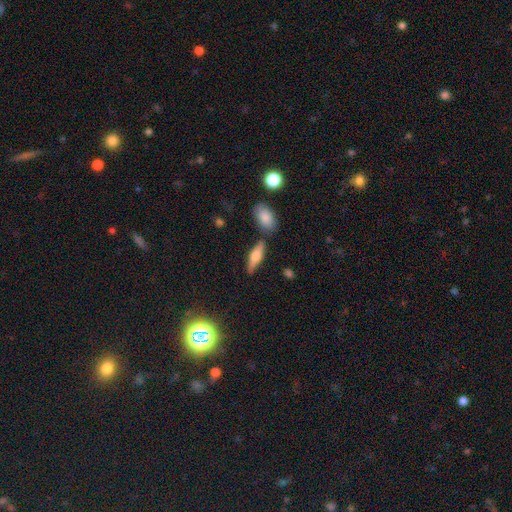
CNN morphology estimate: smooth 51%, featured or disk 42%, star or artifact 7%. Down the decision tree: how rounded — cigar-shaped (54%); merging — none (78%).